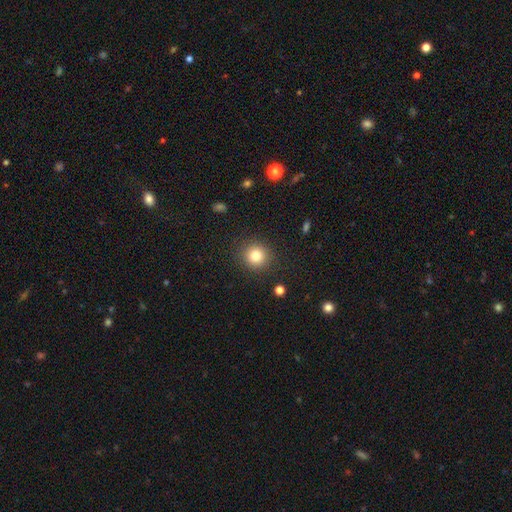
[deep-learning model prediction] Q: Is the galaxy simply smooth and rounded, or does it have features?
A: smooth — 82%.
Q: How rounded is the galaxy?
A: round — 90%.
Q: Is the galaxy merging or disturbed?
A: none — 89%.